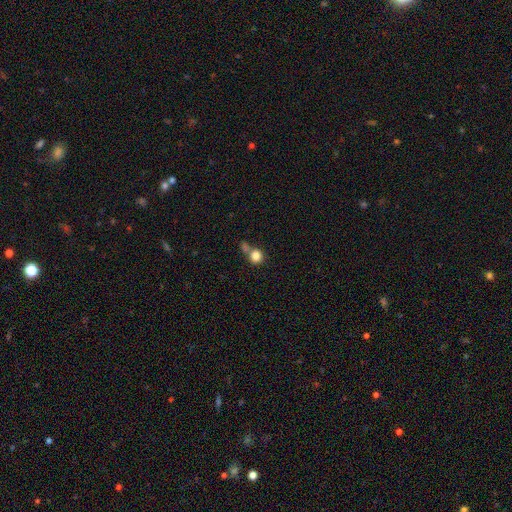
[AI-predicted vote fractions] Smooth or featured: smooth — 82% (star or artifact — 10%)
How rounded: round — 85% (in between — 14%)
Merging: none — 48% (merger — 35%)